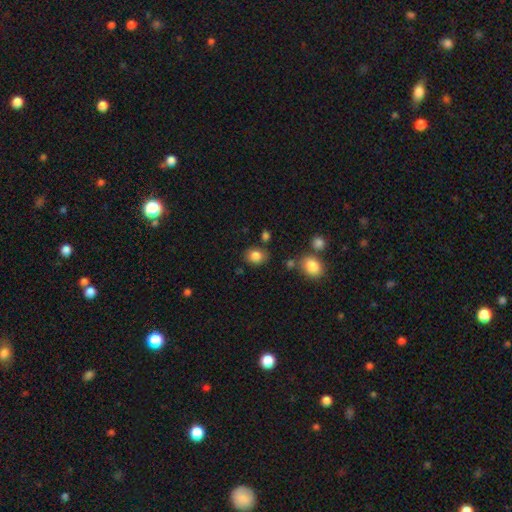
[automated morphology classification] A smooth galaxy with no disk features (84%) that is round (56%).

Vote fractions:
- Smooth or featured? smooth: 84% / star or artifact: 10% / featured or disk: 7%
- How rounded? round: 56% / in between: 43% / cigar-shaped: 1%
- Merging? none: 78% / minor disturbance: 14% / merger: 5% / major disturbance: 4%